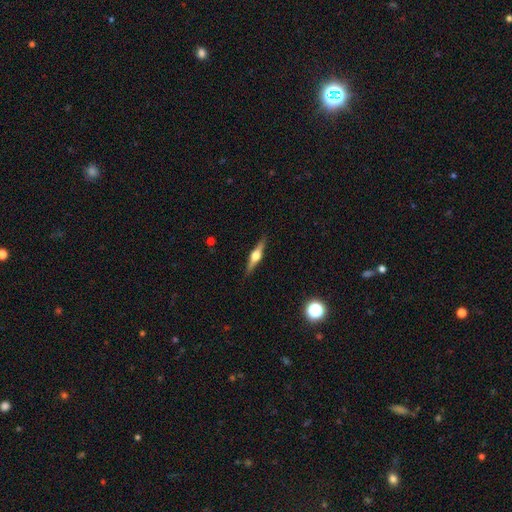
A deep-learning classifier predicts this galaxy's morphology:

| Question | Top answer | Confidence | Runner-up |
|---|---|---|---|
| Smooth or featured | featured or disk | 74% | smooth (20%) |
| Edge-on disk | yes | 98% | no (2%) |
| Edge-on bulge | rounded | 94% | boxy (5%) |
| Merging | none | 90% | minor disturbance (7%) |